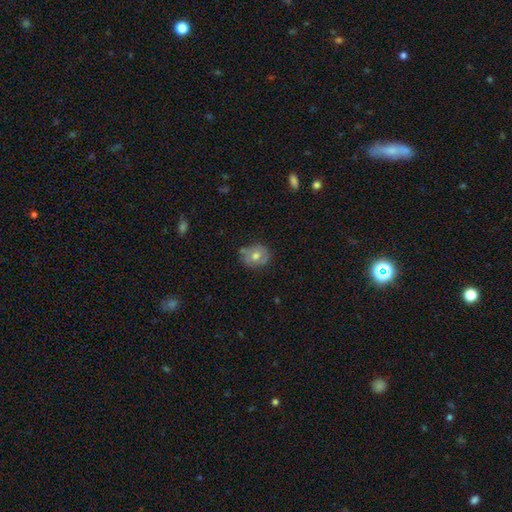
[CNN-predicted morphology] smooth-or-featured: smooth: 51% | featured or disk: 41% | star or artifact: 8%
  how-rounded: round: 69% | in between: 30% | cigar-shaped: 1%
  merging: none: 67% | minor disturbance: 23% | major disturbance: 6% | merger: 5%